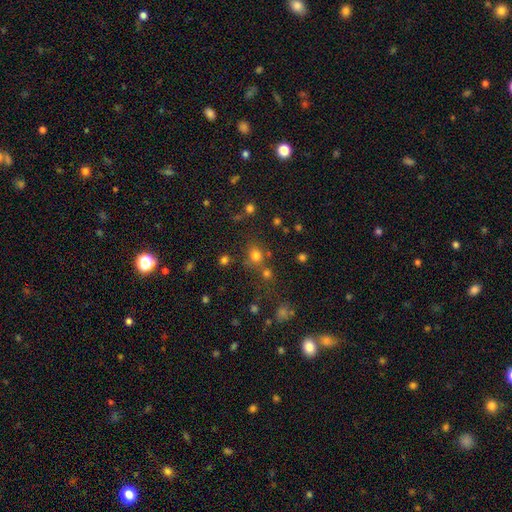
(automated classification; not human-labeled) smooth 72%, star or artifact 20%, featured or disk 8%. Down the decision tree: how rounded — round (80%); merging — none (66%).